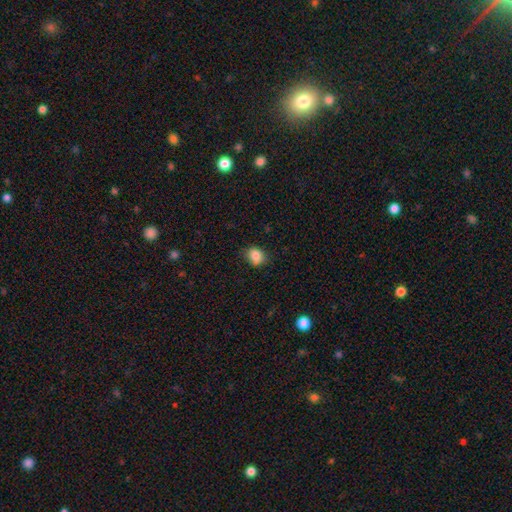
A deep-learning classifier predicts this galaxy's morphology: Smooth or featured? Predicted: smooth (p=0.85). How rounded? Predicted: round (p=0.56). Merging? Predicted: none (p=0.74).